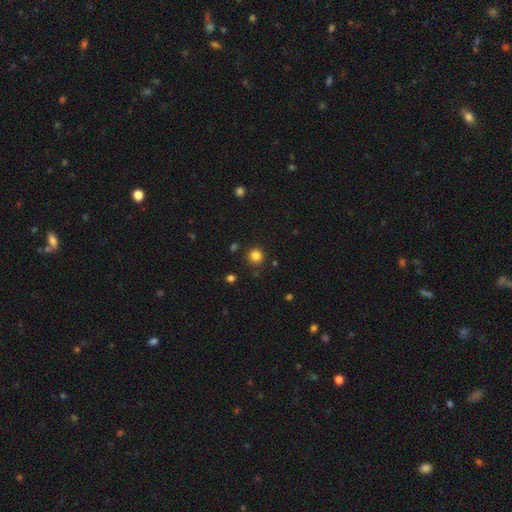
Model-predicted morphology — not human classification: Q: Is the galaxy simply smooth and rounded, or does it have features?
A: smooth — 83%.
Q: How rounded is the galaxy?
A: round — 94%.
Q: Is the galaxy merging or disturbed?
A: none — 89%.